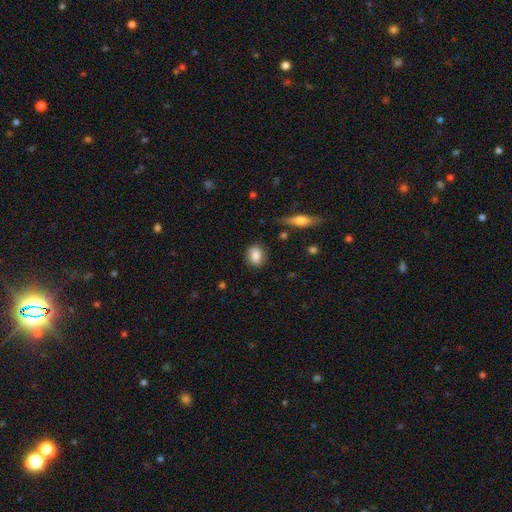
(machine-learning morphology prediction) smooth 78%, featured or disk 14%, star or artifact 8%. Down the decision tree: how rounded — in between (53%); merging — none (80%).